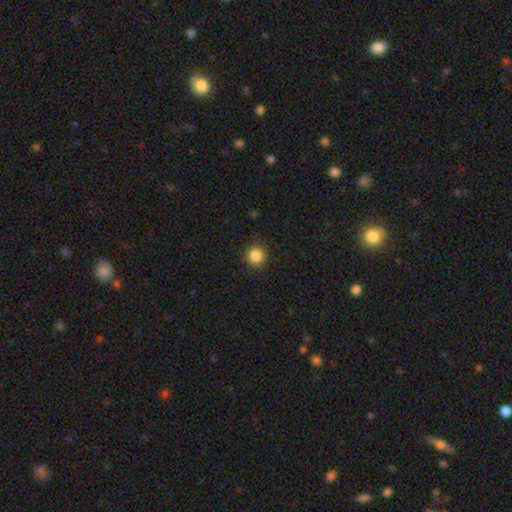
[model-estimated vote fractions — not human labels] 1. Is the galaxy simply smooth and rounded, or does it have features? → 86% smooth, 10% star or artifact, 4% featured or disk.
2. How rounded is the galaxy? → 94% round, 5% in between, 1% cigar-shaped.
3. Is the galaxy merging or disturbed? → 91% none, 6% minor disturbance, 2% major disturbance, 1% merger.